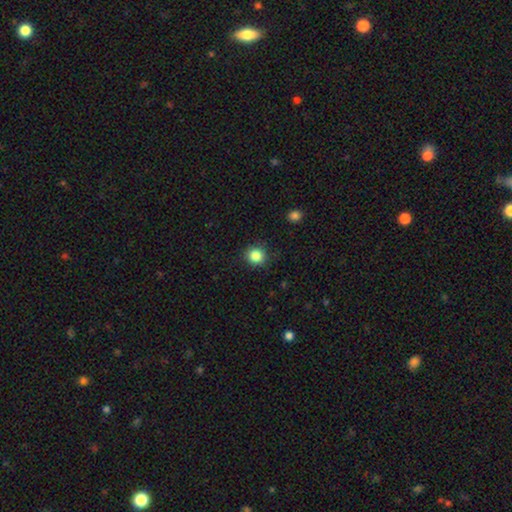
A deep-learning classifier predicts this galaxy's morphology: smooth-or-featured: smooth: 86% | star or artifact: 10% | featured or disk: 4%
  how-rounded: round: 89% | in between: 10% | cigar-shaped: 1%
  merging: none: 89% | minor disturbance: 8% | major disturbance: 2% | merger: 1%